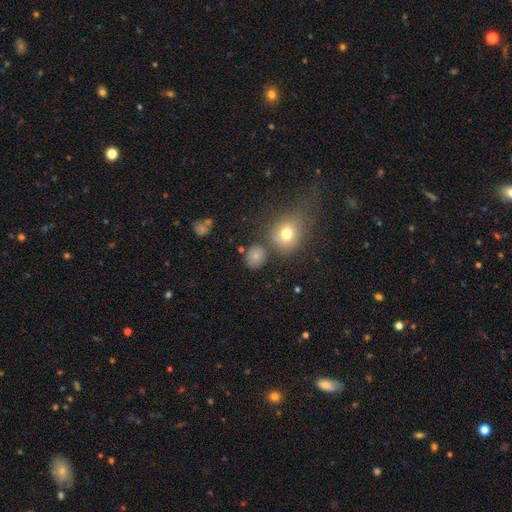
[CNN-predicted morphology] smooth_or_featured: smooth (p=0.77) [alt: star or artifact p=0.14]
how_rounded: round (p=0.72) [alt: in between p=0.27]
merging: none (p=0.74) [alt: minor disturbance p=0.12]